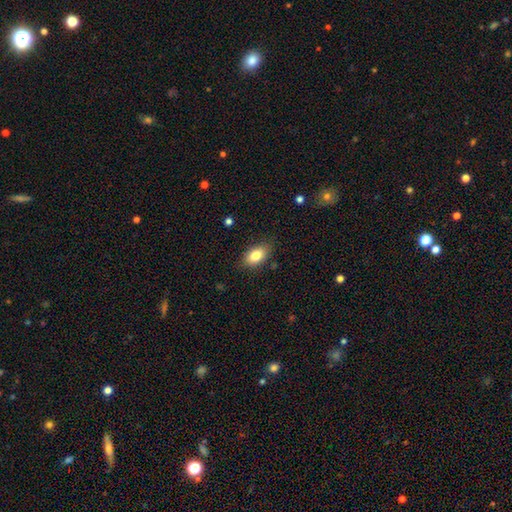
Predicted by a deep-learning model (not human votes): Overall: smooth (82%). How rounded: in between (91%). Merging: none (82%).